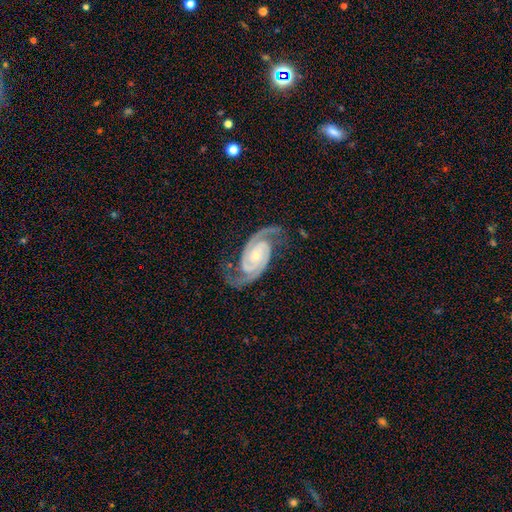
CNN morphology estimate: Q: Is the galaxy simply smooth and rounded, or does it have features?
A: featured or disk — 93%.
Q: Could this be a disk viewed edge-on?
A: no — 98%.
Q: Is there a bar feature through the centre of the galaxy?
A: no — 61%.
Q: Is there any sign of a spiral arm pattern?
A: yes — 99%.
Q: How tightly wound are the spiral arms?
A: medium — 50%.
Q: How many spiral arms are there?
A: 2 — 94%.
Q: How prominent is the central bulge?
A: small — 60%.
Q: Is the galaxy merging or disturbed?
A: none — 81%.